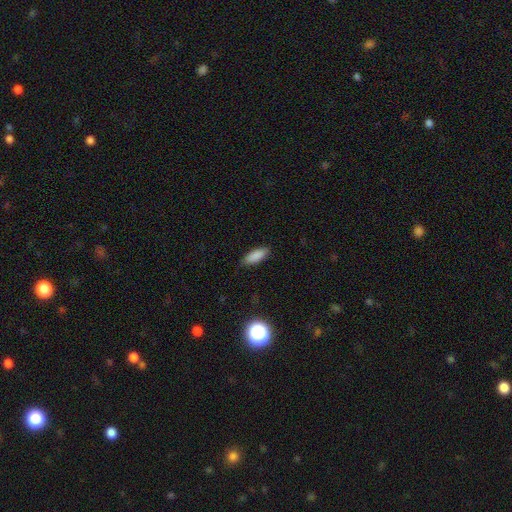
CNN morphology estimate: Overall: smooth (86%). How rounded: in between (70%). Merging: none (85%).